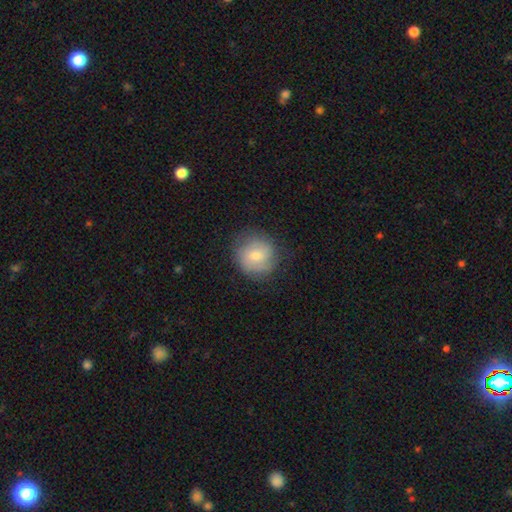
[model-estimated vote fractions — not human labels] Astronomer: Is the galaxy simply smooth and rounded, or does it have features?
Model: smooth — 65%.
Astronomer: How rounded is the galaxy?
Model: round — 90%.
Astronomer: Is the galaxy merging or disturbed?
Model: none — 75%.